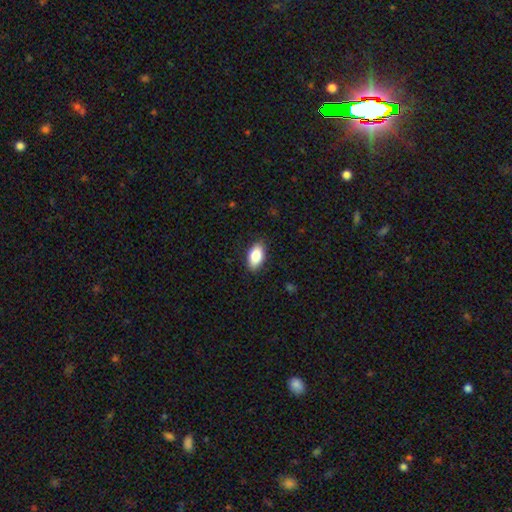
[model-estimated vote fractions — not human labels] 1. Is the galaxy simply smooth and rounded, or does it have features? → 84% smooth, 9% featured or disk, 7% star or artifact.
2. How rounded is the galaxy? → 92% in between, 4% round, 4% cigar-shaped.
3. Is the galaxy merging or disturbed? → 88% none, 9% minor disturbance, 2% major disturbance, 1% merger.